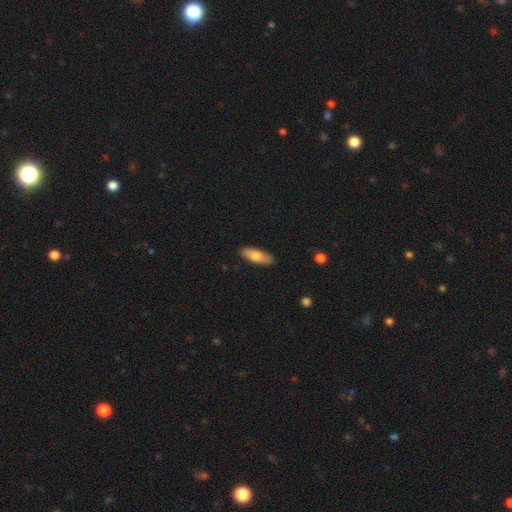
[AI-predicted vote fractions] Morphology: type=smooth (74%); roundness=in between (62%); merging=none (87%).